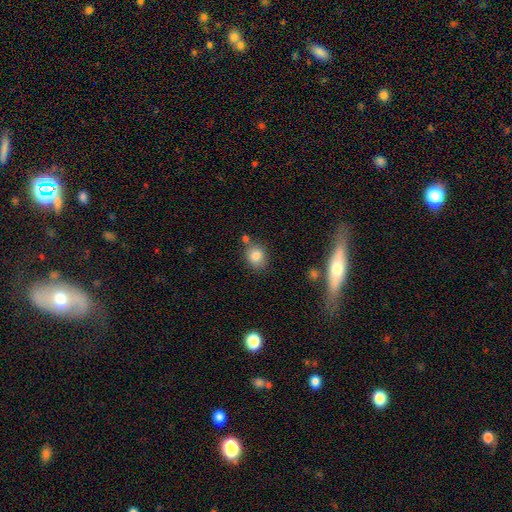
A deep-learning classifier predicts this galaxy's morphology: smooth 82%, star or artifact 10%, featured or disk 7%. Down the decision tree: how rounded — round (59%); merging — none (71%).